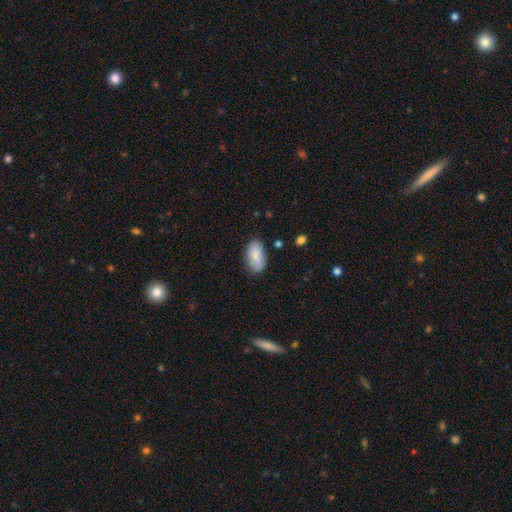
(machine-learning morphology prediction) Smooth or featured? Predicted: smooth (p=0.87). How rounded? Predicted: in between (p=0.95). Merging? Predicted: none (p=0.80).